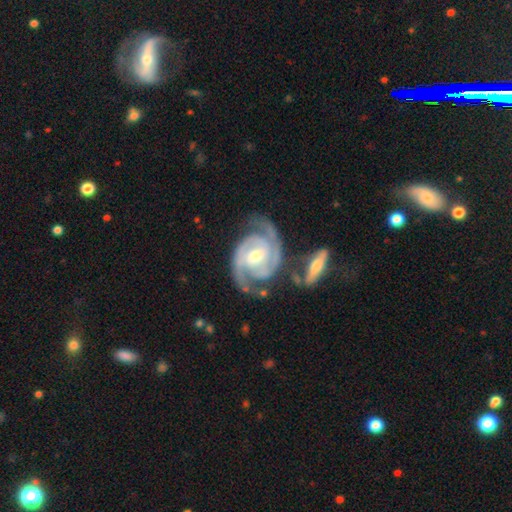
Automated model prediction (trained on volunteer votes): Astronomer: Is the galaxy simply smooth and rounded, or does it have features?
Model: featured or disk — 93%.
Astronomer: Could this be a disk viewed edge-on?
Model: no — 97%.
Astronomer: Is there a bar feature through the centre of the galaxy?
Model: weak — 47% (runner-up: strong, 27%).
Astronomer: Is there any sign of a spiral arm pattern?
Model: yes — 99%.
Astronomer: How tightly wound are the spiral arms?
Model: tight — 56% (runner-up: medium, 39%).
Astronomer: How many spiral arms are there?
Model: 2 — 81%.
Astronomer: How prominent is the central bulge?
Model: moderate — 63%.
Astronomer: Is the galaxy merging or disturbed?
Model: none — 70%.